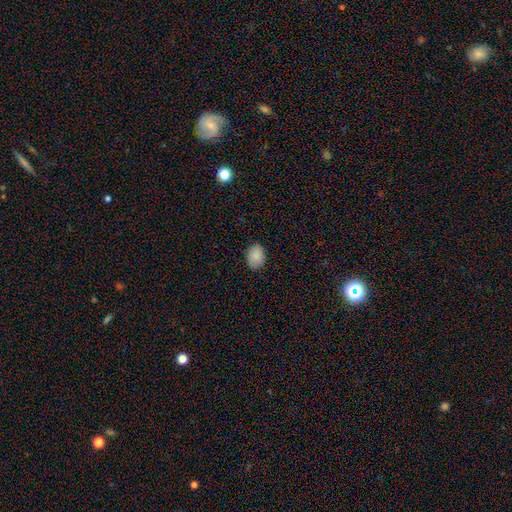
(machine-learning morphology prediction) Q: Smooth or featured?
A: smooth (87%); runner-up: star or artifact (8%)
Q: How rounded?
A: in between (69%); runner-up: round (30%)
Q: Merging?
A: none (86%); runner-up: minor disturbance (11%)